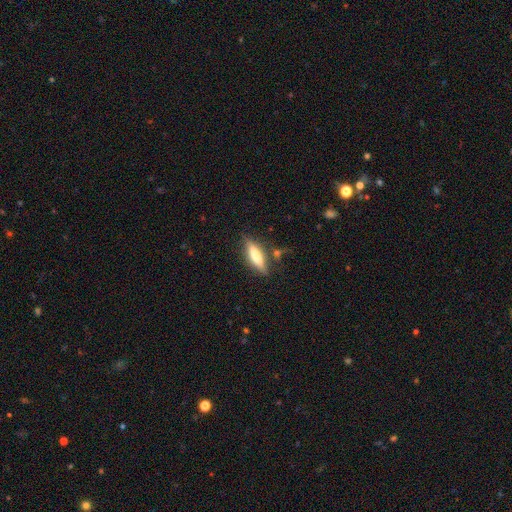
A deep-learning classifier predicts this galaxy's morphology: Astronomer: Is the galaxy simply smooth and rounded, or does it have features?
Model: smooth — 56% (runner-up: featured or disk, 37%).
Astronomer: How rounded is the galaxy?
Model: cigar-shaped — 68%.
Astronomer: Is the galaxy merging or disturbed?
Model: none — 75%.